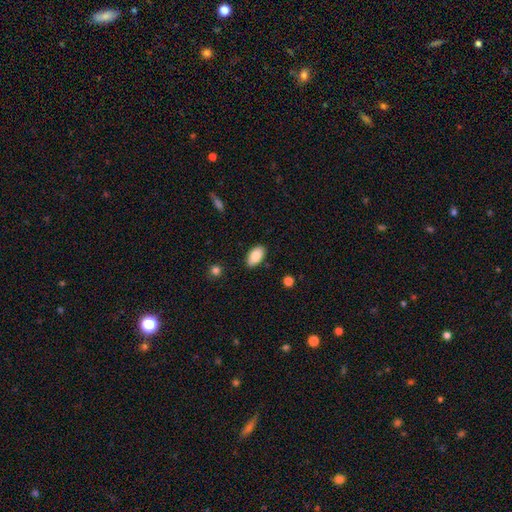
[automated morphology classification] This appears to be a smooth galaxy with no disk features (83%) that is in between round and cigar-shaped (95%). Merging: none (85%).